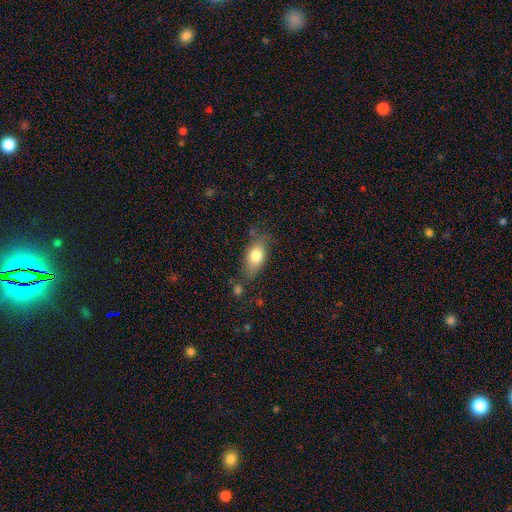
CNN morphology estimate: smooth-or-featured: smooth: 77% | featured or disk: 16% | star or artifact: 7%
  how-rounded: in between: 86% | round: 8% | cigar-shaped: 6%
  merging: none: 67% | minor disturbance: 22% | major disturbance: 6% | merger: 4%